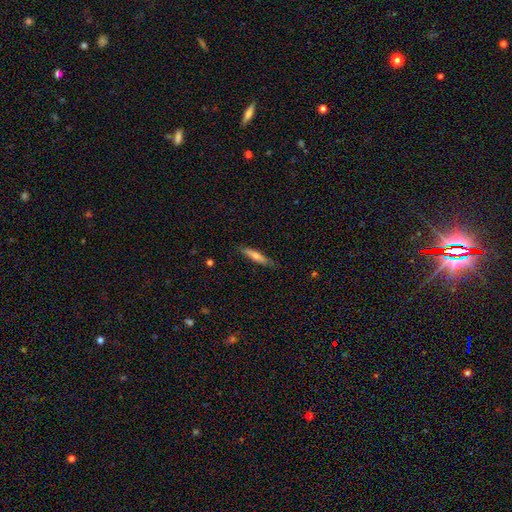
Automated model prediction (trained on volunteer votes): The model was most divided on "smooth or featured": smooth: 58%, featured or disk: 36%, star or artifact: 6%. More confident: how rounded — cigar-shaped (85%); merging — none (83%).